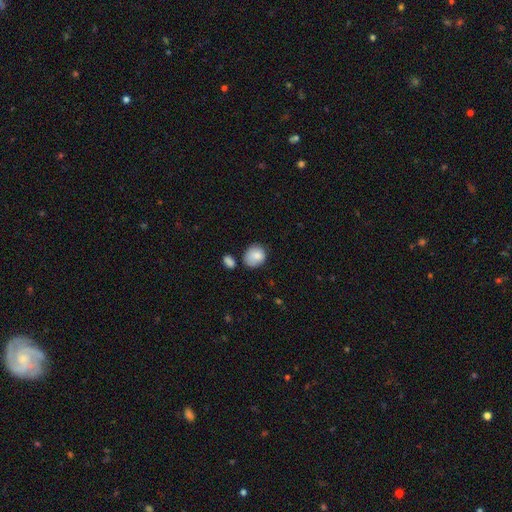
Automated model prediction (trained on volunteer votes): smooth_or_featured: smooth (p=0.85) [alt: star or artifact p=0.08]
how_rounded: round (p=0.59) [alt: in between p=0.40]
merging: none (p=0.59) [alt: minor disturbance p=0.26]